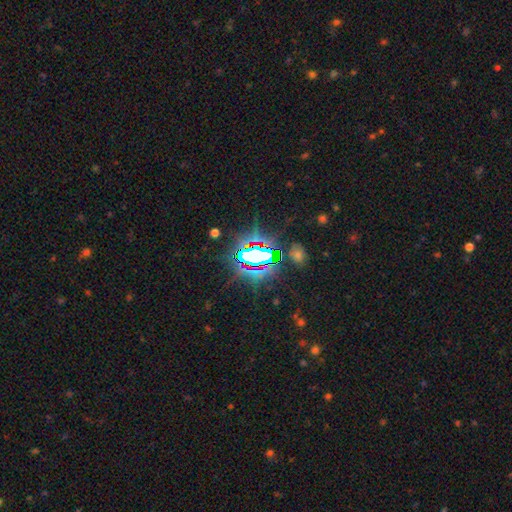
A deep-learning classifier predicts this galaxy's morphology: The model was most divided on "smooth or featured": star or artifact: 74%, smooth: 14%, featured or disk: 12%.